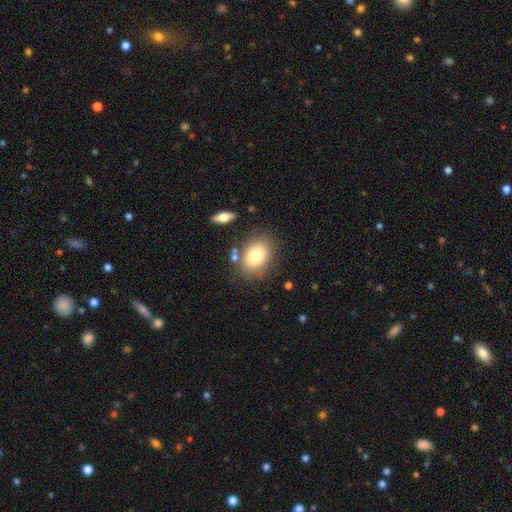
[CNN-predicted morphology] smooth_or_featured: smooth (p=0.76) [alt: featured or disk p=0.14]
how_rounded: in between (p=0.67) [alt: round p=0.32]
merging: none (p=0.76) [alt: minor disturbance p=0.13]